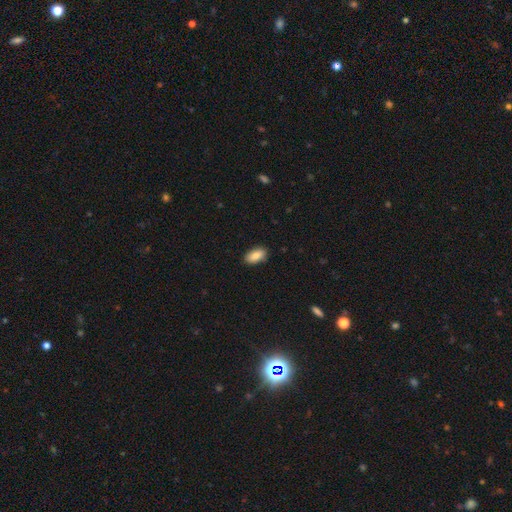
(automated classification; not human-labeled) Overall: smooth (87%). How rounded: in between (92%). Merging: none (88%).